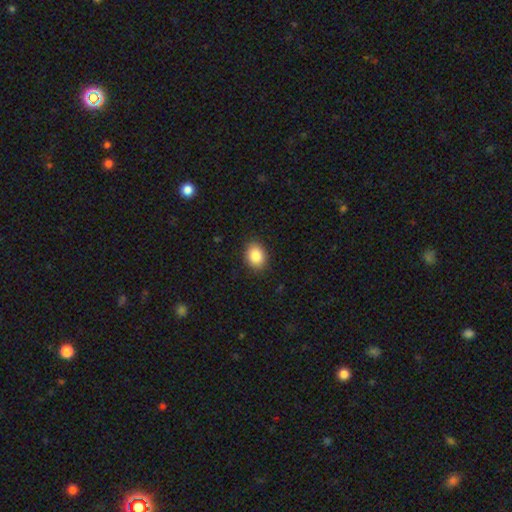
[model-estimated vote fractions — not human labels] The model was most divided on "how rounded": in between: 63%, round: 36%, cigar-shaped: 1%. More confident: merging — none (88%); smooth or featured — smooth (86%).